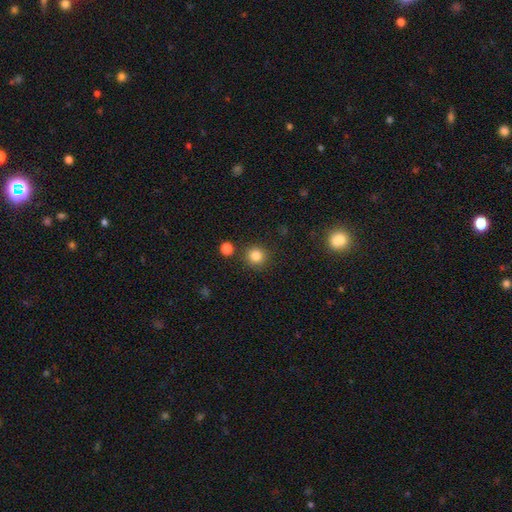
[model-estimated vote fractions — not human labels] Overall: smooth (84%). How rounded: round (93%). Merging: none (86%).